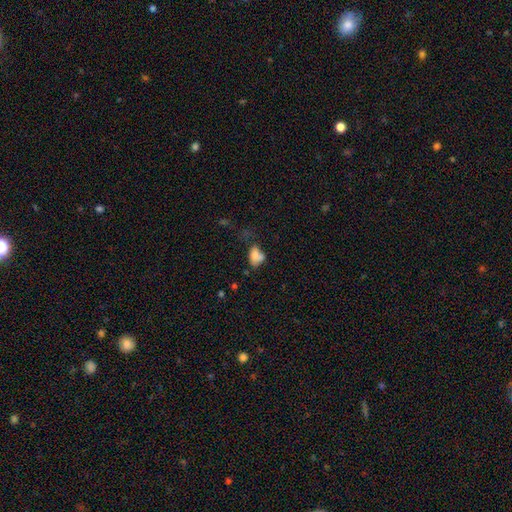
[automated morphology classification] smooth 71%, featured or disk 17%, star or artifact 12%. Down the decision tree: how rounded — in between (79%); merging — merger (31%).